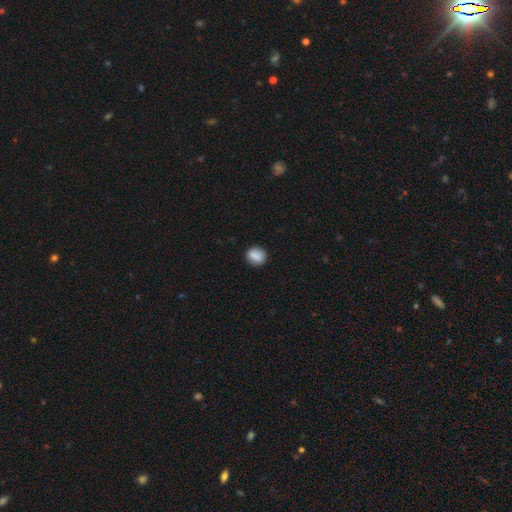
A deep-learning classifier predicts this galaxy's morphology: A smooth galaxy with no disk features (85%) that is round (66%).

Vote fractions:
- Smooth or featured? smooth: 85% / star or artifact: 8% / featured or disk: 7%
- How rounded? round: 66% / in between: 32% / cigar-shaped: 2%
- Merging? none: 85% / minor disturbance: 11% / major disturbance: 2% / merger: 2%